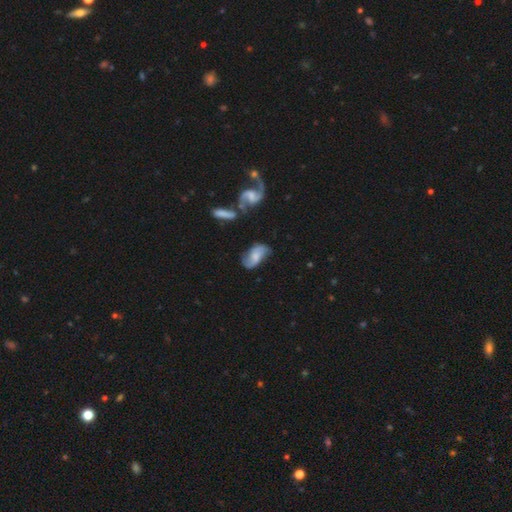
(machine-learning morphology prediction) Overall: featured or disk (72%). Edge-on disk: no (95%). Bar: no (52%; weak 40%). Spiral arms: yes (93%). Spiral arm count: 2 (86%). Spiral winding: loose (50%; medium 37%). Bulge size: none (31%; moderate 30%). Merging: none (60%; minor disturbance 24%).